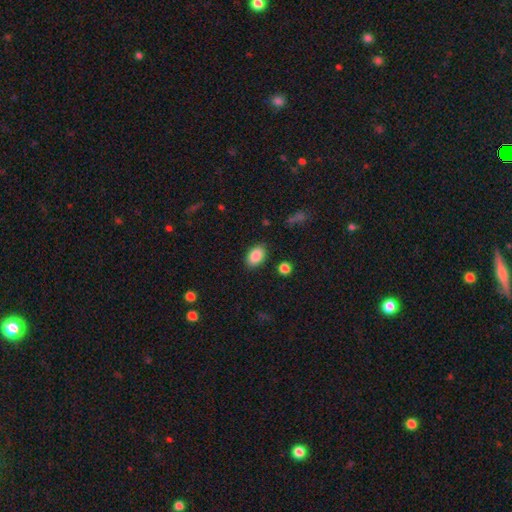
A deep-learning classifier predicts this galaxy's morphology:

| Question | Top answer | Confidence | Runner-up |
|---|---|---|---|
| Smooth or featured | smooth | 88% | star or artifact (8%) |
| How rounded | in between | 89% | round (9%) |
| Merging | none | 86% | minor disturbance (10%) |